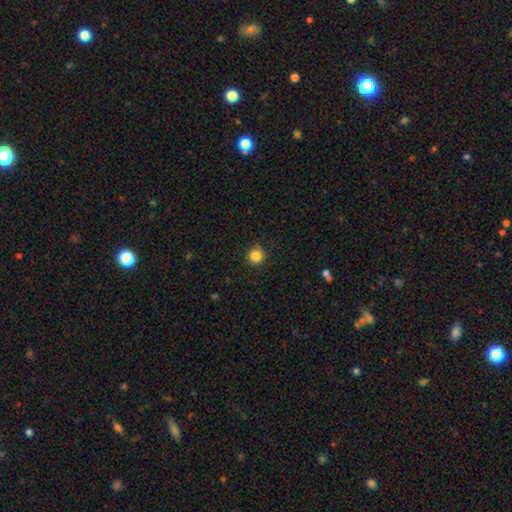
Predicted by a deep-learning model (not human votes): Overall: smooth (84%). How rounded: round (94%). Merging: none (85%).